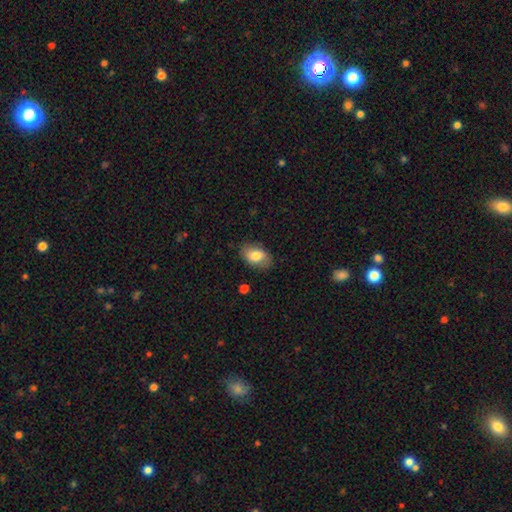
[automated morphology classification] Smooth or featured? Predicted: smooth (p=0.78). How rounded? Predicted: in between (p=0.89). Merging? Predicted: none (p=0.82).